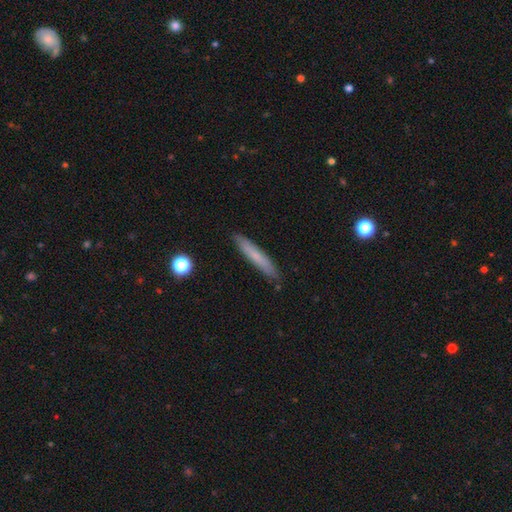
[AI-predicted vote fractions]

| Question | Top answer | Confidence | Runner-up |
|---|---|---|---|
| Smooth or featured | smooth | 68% | featured or disk (26%) |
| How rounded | cigar-shaped | 94% | in between (5%) |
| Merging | none | 88% | minor disturbance (9%) |